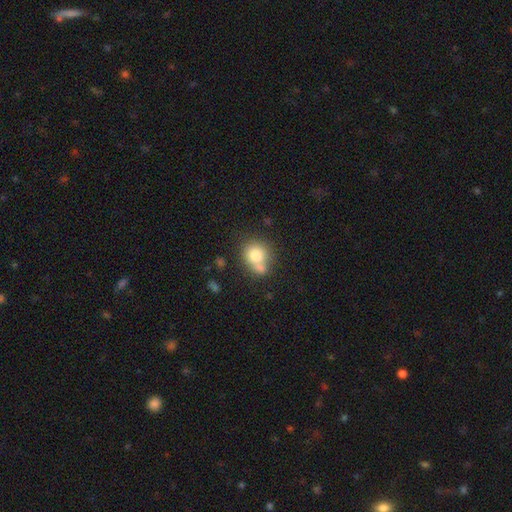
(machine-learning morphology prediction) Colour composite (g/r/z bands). It shows a smooth galaxy with no disk features (76%) that is round (73%). Merging: none (43%).